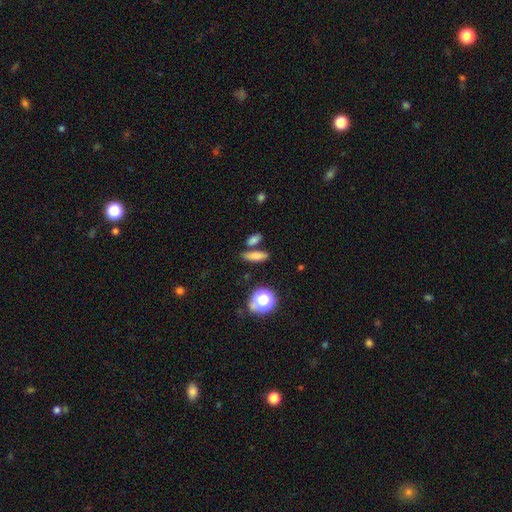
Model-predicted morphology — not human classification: Smooth or featured? Predicted: smooth (p=0.78). How rounded? Predicted: cigar-shaped (p=0.53). Merging? Predicted: none (p=0.71).